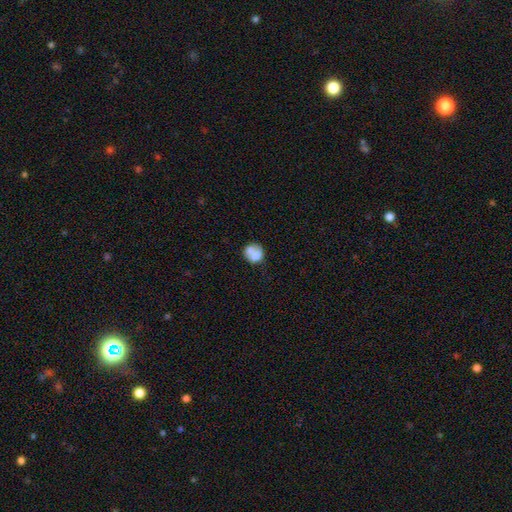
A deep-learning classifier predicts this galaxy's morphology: Smooth or featured? Predicted: smooth (p=0.67). How rounded? Predicted: round (p=0.68). Merging? Predicted: merger (p=0.55).